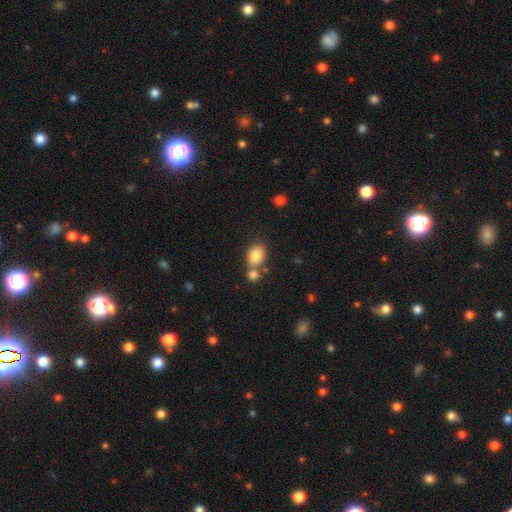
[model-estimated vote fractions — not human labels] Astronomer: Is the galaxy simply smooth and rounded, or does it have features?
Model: smooth — 83%.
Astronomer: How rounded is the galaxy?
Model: in between — 60% (runner-up: round, 39%).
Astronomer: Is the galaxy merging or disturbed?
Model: none — 54% (runner-up: merger, 31%).